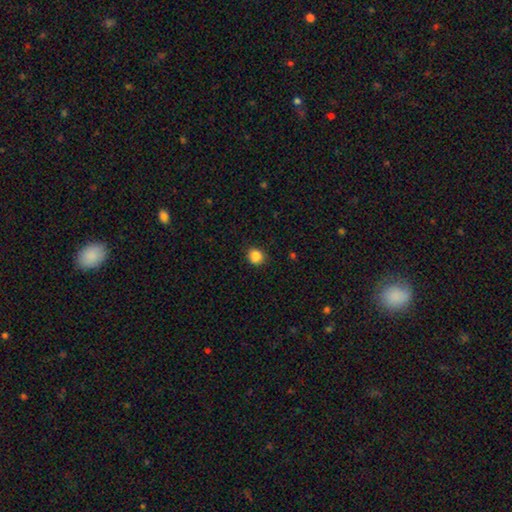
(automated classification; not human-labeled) Smooth or featured? smooth (85%)
How rounded? round (83%)
Merging? none (85%)